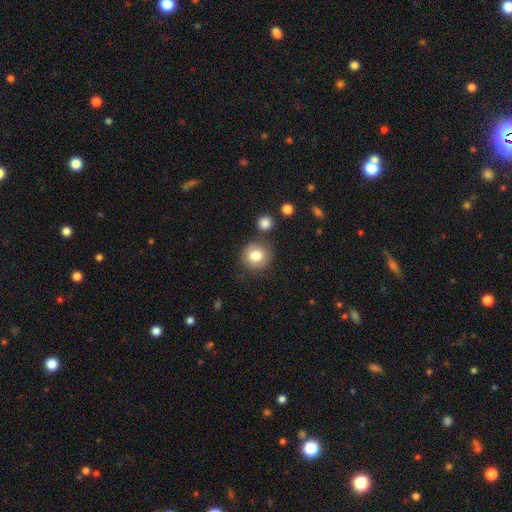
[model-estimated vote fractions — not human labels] Overall: smooth (75%). How rounded: round (90%). Merging: none (78%).